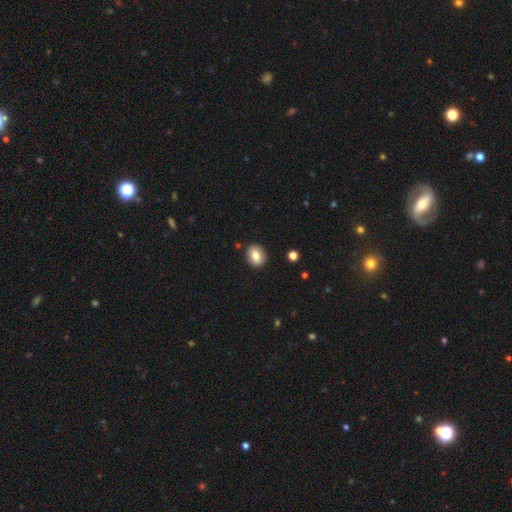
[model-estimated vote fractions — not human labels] Overall: smooth (81%). How rounded: in between (52%; round 46%). Merging: none (88%).